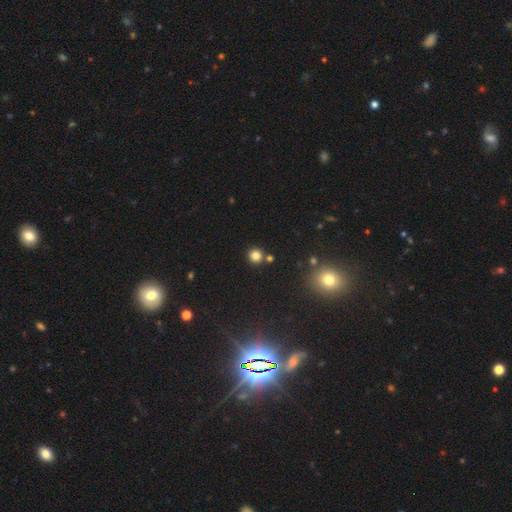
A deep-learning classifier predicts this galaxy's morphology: This appears to be a smooth galaxy with no disk features (81%) that is round (93%). Merging: none (81%).